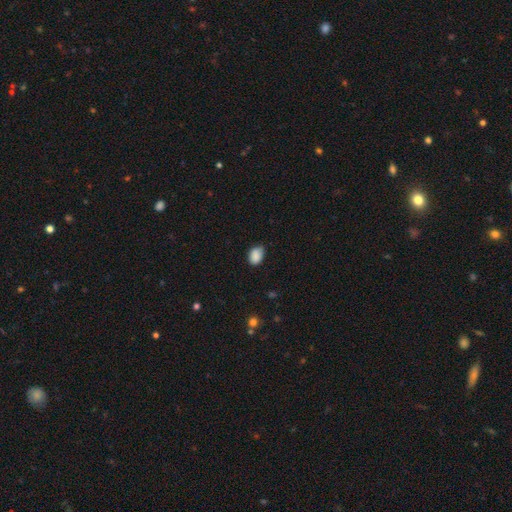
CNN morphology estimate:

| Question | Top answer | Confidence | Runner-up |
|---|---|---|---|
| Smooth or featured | smooth | 87% | star or artifact (9%) |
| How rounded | in between | 75% | round (24%) |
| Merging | none | 64% | minor disturbance (30%) |